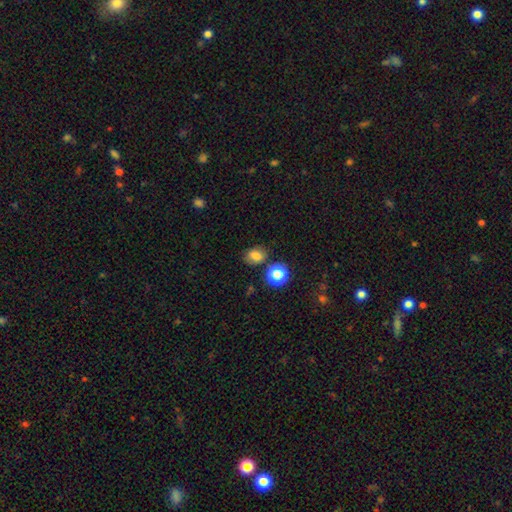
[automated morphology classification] This appears to be a smooth galaxy with no disk features (77%) that is in between round and cigar-shaped (53%). Merging: none (74%).